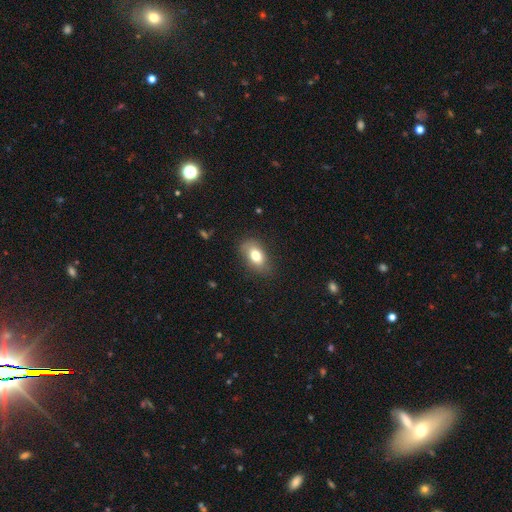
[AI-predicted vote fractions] A smooth galaxy with no disk features (75%) that is in between round and cigar-shaped (86%). Merging: none (79%).